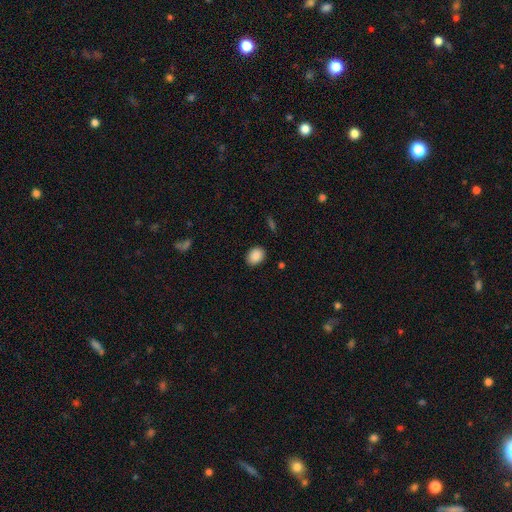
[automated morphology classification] Overall: smooth (89%). How rounded: in between (67%; round 32%). Merging: none (88%).